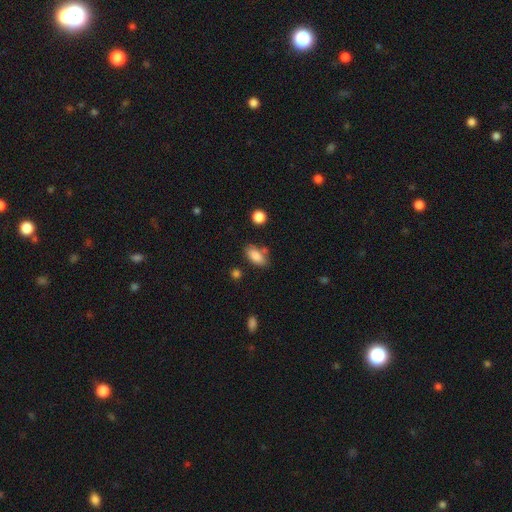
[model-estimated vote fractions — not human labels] Q: Smooth or featured?
A: smooth (85%); runner-up: star or artifact (8%)
Q: How rounded?
A: in between (88%); runner-up: cigar-shaped (8%)
Q: Merging?
A: none (69%); runner-up: minor disturbance (17%)